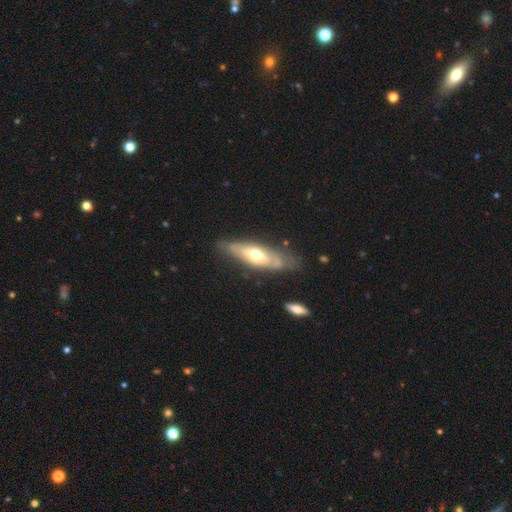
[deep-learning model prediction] The model was most divided on "smooth or featured": featured or disk: 60%, smooth: 34%, star or artifact: 5%. More confident: merging — none (69%); edge-on disk — no (63%).